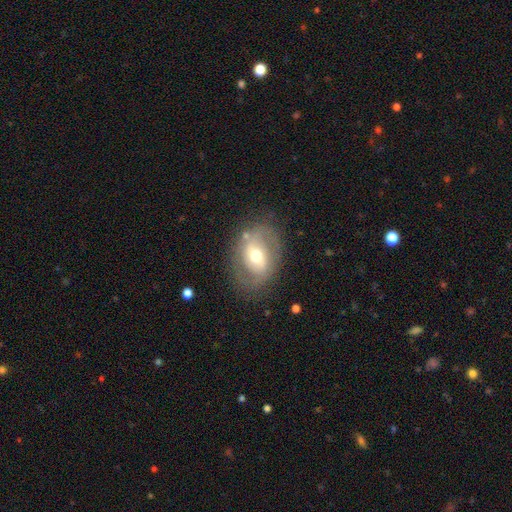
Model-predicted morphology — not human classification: Overall: featured or disk (61%; smooth 32%). Edge-on disk: no (95%). Bar: no (41%; weak 39%). Spiral arms: yes (60%; no 40%). Bulge size: moderate (70%). Merging: none (73%).